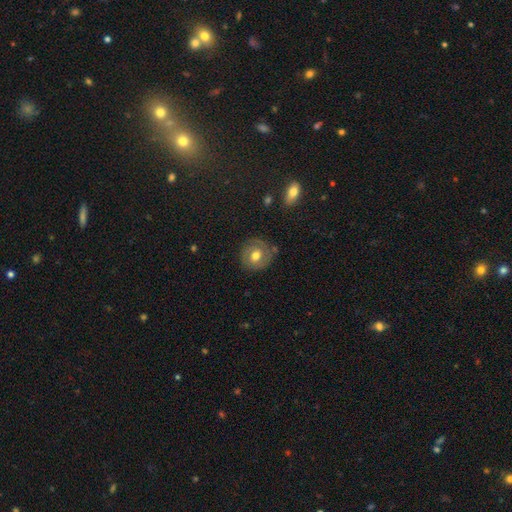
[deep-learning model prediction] The model was most divided on "smooth or featured": smooth: 46%, featured or disk: 45%, star or artifact: 9%. More confident: merging — none (74%).